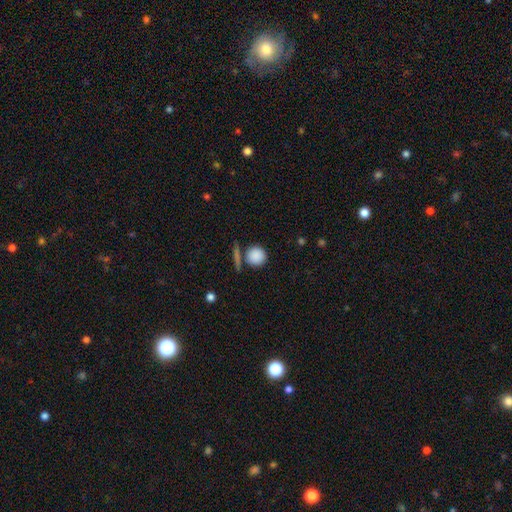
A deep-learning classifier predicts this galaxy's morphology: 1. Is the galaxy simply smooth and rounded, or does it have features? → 87% smooth, 8% star or artifact, 5% featured or disk.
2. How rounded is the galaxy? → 92% round, 6% in between, 2% cigar-shaped.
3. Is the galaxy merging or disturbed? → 73% none, 11% minor disturbance, 11% merger, 5% major disturbance.